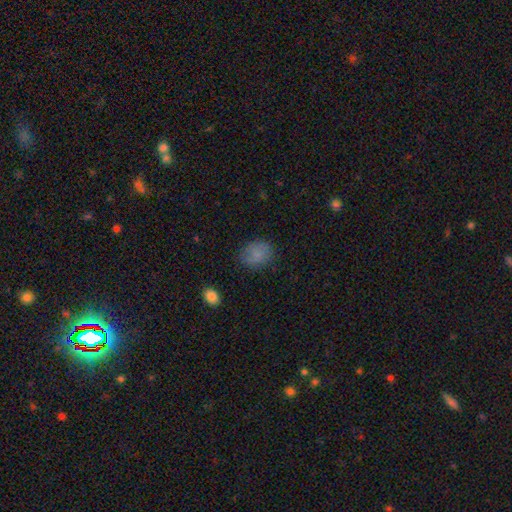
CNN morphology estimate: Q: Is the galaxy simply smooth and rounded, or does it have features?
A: smooth — 81%.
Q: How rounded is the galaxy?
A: round — 51%.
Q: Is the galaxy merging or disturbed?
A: none — 73%.